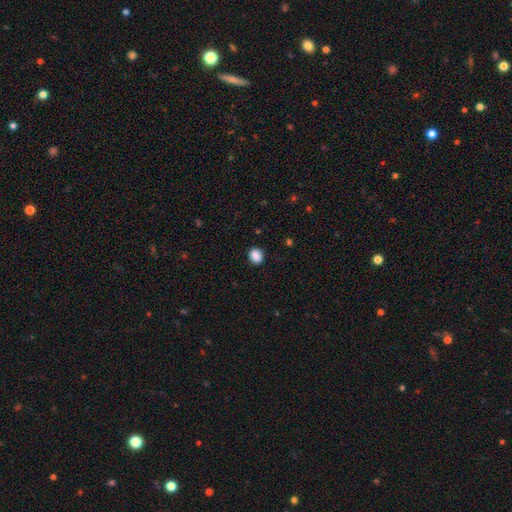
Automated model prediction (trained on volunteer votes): Smooth or featured? smooth (88%)
How rounded? round (55%)
Merging? none (88%)